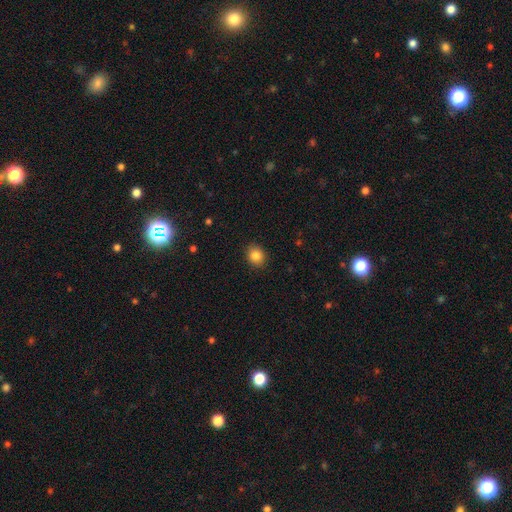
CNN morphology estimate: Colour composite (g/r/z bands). It shows a smooth galaxy with no disk features (84%) that is round (67%). Merging: none (90%).